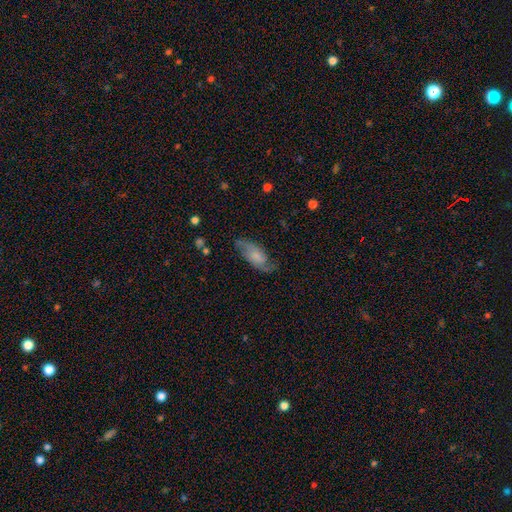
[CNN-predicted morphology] A featured or disk galaxy (68%) with no bar (61%), 2 (86%) medium (43%) spiral arms (93%) and a small central bulge (35%). Merging: none (71%).